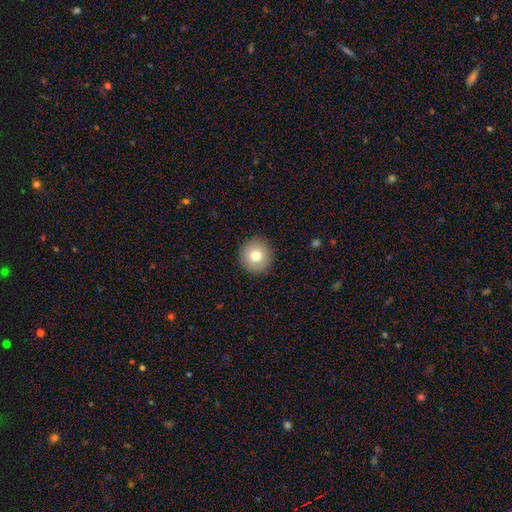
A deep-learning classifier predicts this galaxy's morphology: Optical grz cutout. It shows a smooth galaxy with no disk features (78%) that is round (94%). Merging: none (92%).